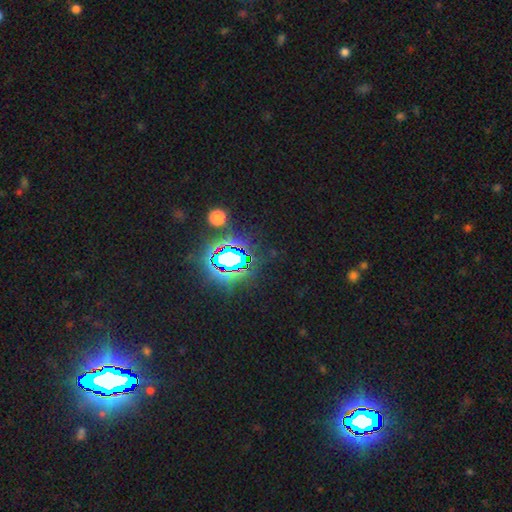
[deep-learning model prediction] This is clearly a star or artifact rather than a galaxy (82%).